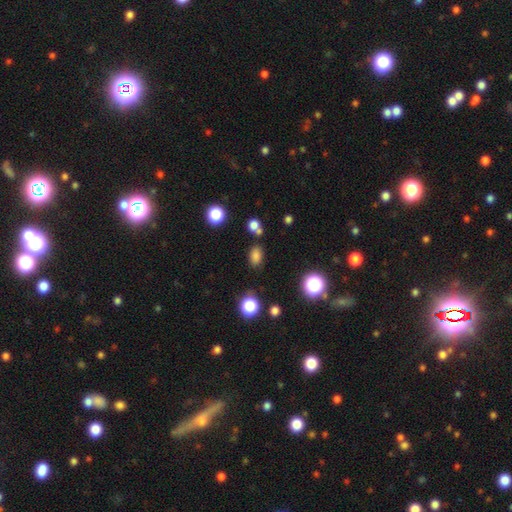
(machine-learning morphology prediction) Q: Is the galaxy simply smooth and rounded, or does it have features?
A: smooth — 79%.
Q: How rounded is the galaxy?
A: in between — 82%.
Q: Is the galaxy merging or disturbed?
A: none — 74%.